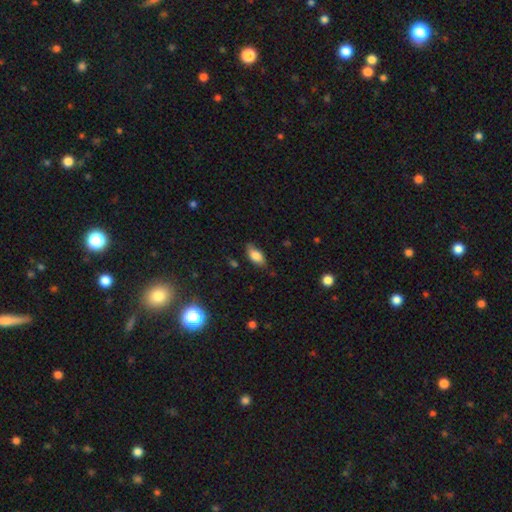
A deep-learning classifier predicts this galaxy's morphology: smooth-or-featured: smooth: 79% | featured or disk: 13% | star or artifact: 8%
  how-rounded: in between: 88% | cigar-shaped: 8% | round: 4%
  merging: none: 74% | minor disturbance: 20% | major disturbance: 4% | merger: 1%